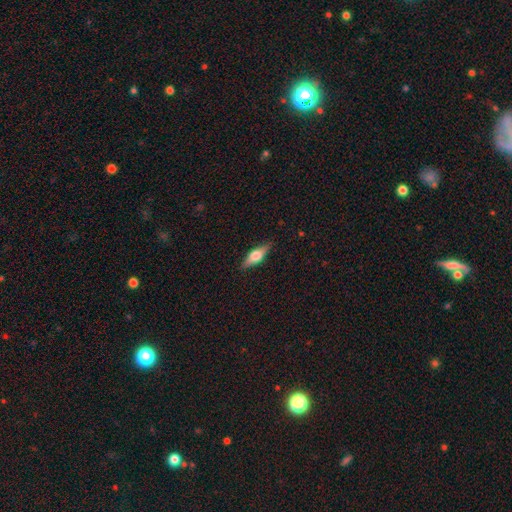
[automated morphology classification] The model was most divided on "smooth or featured": featured or disk: 49%, smooth: 45%, star or artifact: 7%. More confident: merging — none (87%).